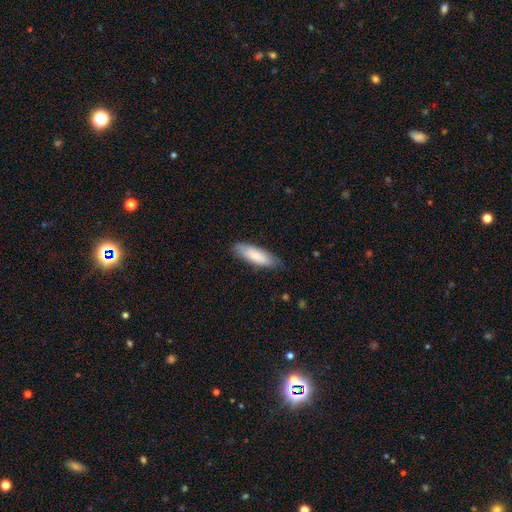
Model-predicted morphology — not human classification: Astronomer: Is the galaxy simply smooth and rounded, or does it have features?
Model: smooth — 81%.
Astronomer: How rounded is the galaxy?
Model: in between — 54% (runner-up: cigar-shaped, 44%).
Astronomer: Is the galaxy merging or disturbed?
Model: none — 79%.